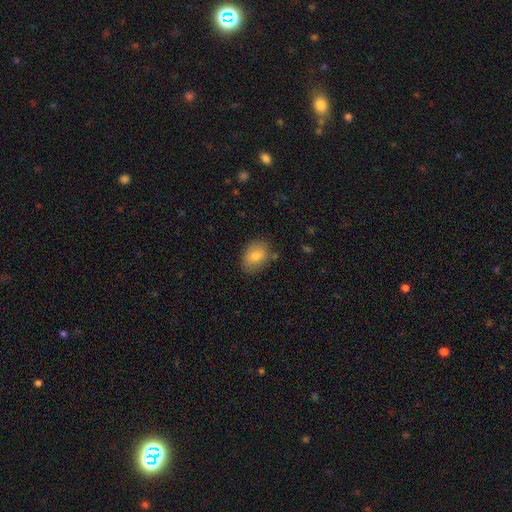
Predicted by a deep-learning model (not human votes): Smooth or featured? smooth (79%)
How rounded? in between (73%)
Merging? none (78%)